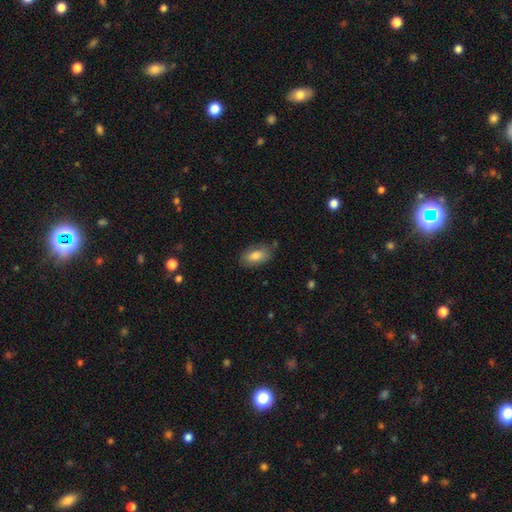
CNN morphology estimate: Smooth or featured? smooth (81%)
How rounded? in between (90%)
Merging? none (77%)